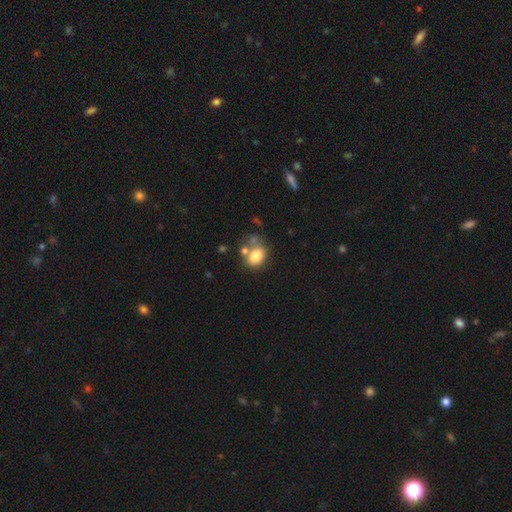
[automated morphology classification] This is likely a smooth galaxy (78%). How rounded: likely in between (69%). Merging: possibly none (47%).